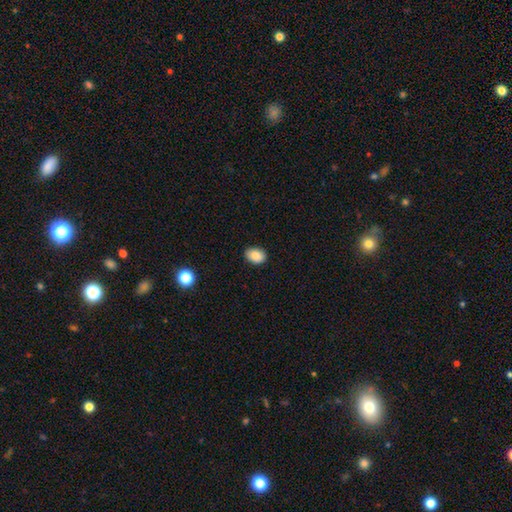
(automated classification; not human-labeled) Morphology: type=smooth (88%); roundness=in between (75%); merging=none (87%).